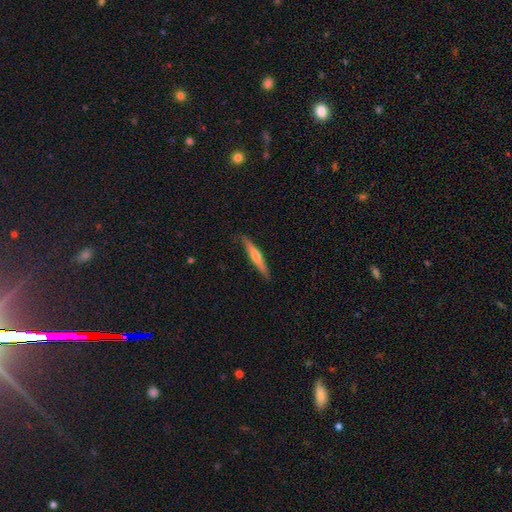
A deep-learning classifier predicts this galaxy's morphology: The model was most divided on "smooth or featured": smooth: 55%, featured or disk: 39%, star or artifact: 5%. More confident: how rounded — cigar-shaped (93%); merging — none (85%).